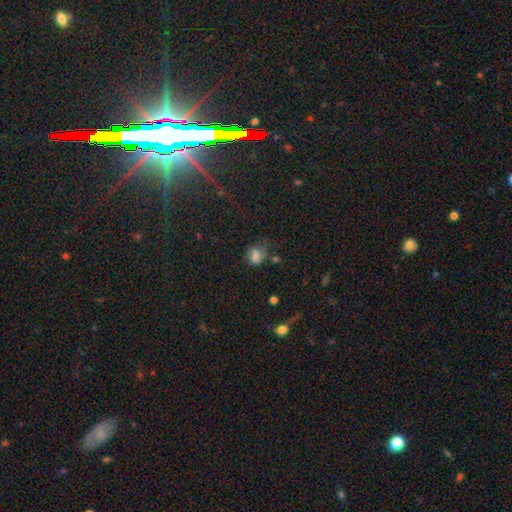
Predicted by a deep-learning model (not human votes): Overall: smooth (70%). How rounded: in between (57%; round 42%). Merging: none (45%; minor disturbance 32%).